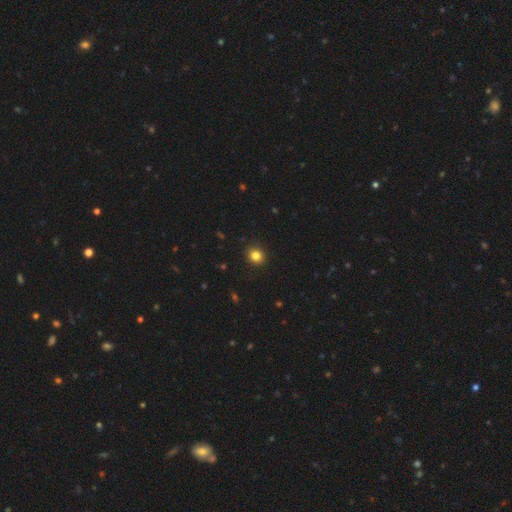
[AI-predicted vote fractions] smooth_or_featured: smooth (p=0.82) [alt: star or artifact p=0.13]
how_rounded: round (p=0.89) [alt: in between p=0.10]
merging: none (p=0.91) [alt: minor disturbance p=0.06]